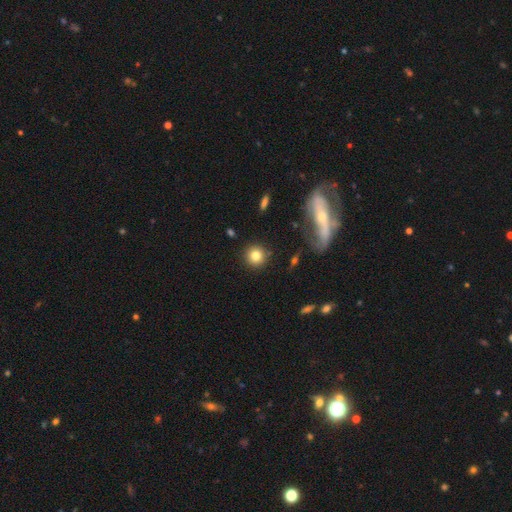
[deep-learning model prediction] Q: Smooth or featured?
A: smooth (80%); runner-up: star or artifact (11%)
Q: How rounded?
A: round (93%); runner-up: in between (6%)
Q: Merging?
A: none (89%); runner-up: minor disturbance (6%)